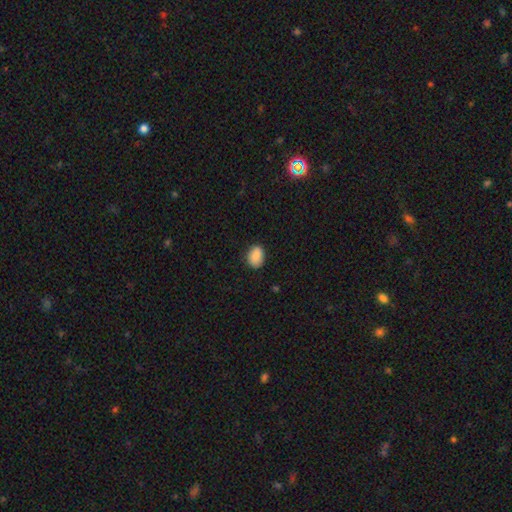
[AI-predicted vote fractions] Smooth or featured?
  - smooth: 87% *
  - star or artifact: 8%
  - featured or disk: 5%
How rounded?
  - in between: 73% *
  - round: 26%
  - cigar-shaped: 1%
Merging?
  - none: 84% *
  - minor disturbance: 13%
  - major disturbance: 2%
  - merger: 1%